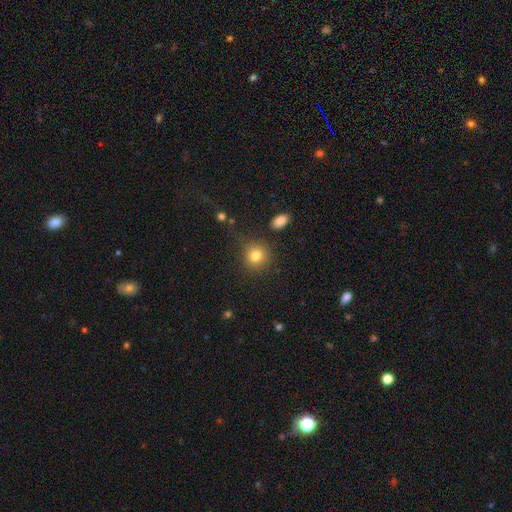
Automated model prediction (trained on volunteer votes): The model was most divided on "smooth or featured": smooth: 80%, star or artifact: 12%, featured or disk: 8%. More confident: how rounded — round (89%); merging — none (82%).